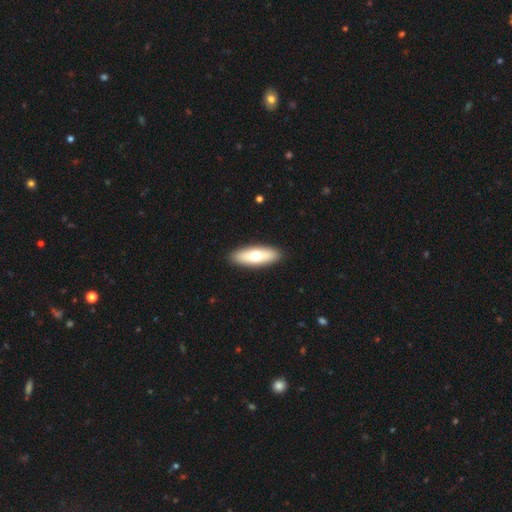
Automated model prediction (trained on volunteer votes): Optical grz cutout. It shows a smooth galaxy with no disk features (64%) that is in between round and cigar-shaped (64%). Merging: none (91%).